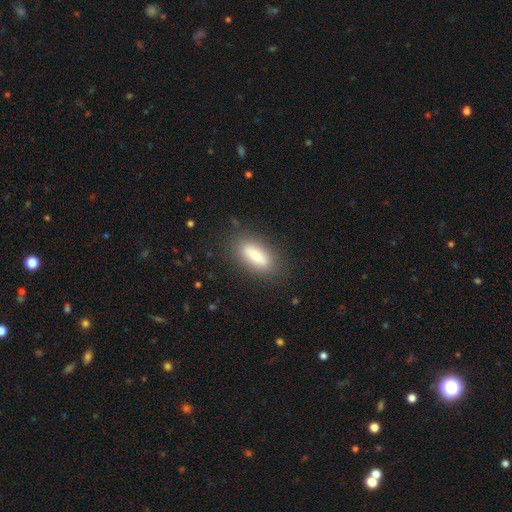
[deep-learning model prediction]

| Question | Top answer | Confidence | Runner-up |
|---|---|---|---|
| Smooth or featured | smooth | 72% | featured or disk (20%) |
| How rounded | in between | 78% | cigar-shaped (19%) |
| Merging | none | 83% | minor disturbance (12%) |